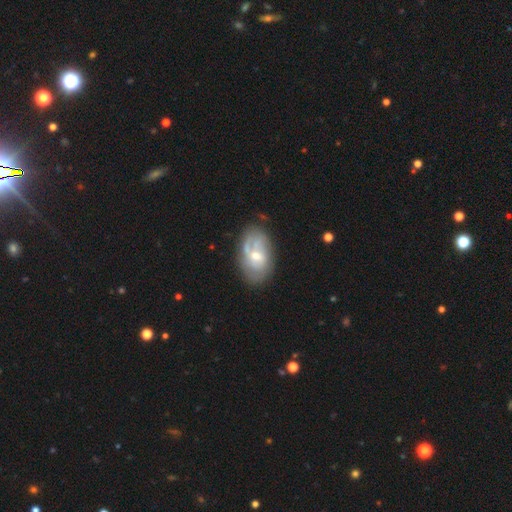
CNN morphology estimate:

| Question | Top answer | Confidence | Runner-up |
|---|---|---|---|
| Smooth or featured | featured or disk | 61% | smooth (32%) |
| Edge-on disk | no | 95% | yes (5%) |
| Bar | no | 57% | weak (37%) |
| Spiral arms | yes | 67% | no (33%) |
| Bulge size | moderate | 53% | small (40%) |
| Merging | none | 62% | minor disturbance (23%) |